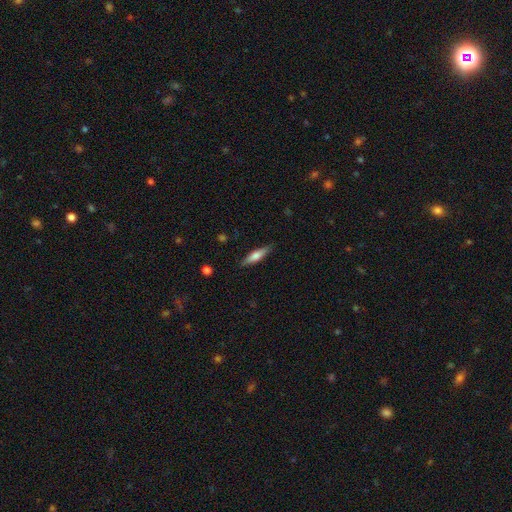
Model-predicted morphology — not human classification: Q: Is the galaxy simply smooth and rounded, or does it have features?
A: smooth — 54%.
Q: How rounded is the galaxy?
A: cigar-shaped — 75%.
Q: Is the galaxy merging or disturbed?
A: none — 86%.